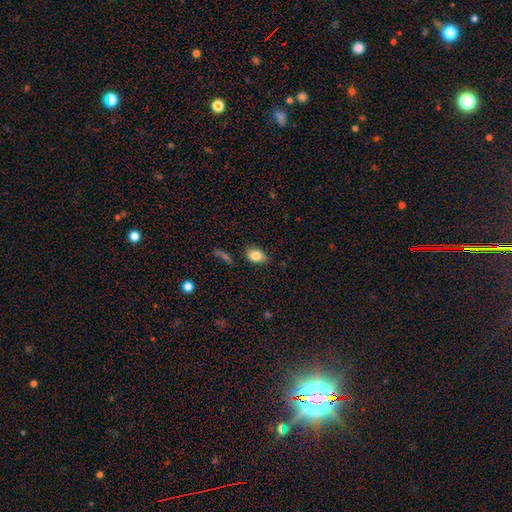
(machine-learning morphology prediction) Q: Smooth or featured?
A: smooth (84%); runner-up: star or artifact (8%)
Q: How rounded?
A: in between (80%); runner-up: round (18%)
Q: Merging?
A: none (78%); runner-up: minor disturbance (16%)